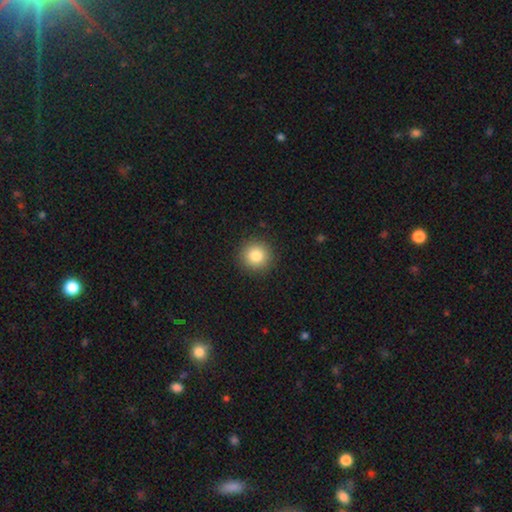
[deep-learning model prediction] Morphology: type=smooth (83%); roundness=round (94%); merging=none (92%).